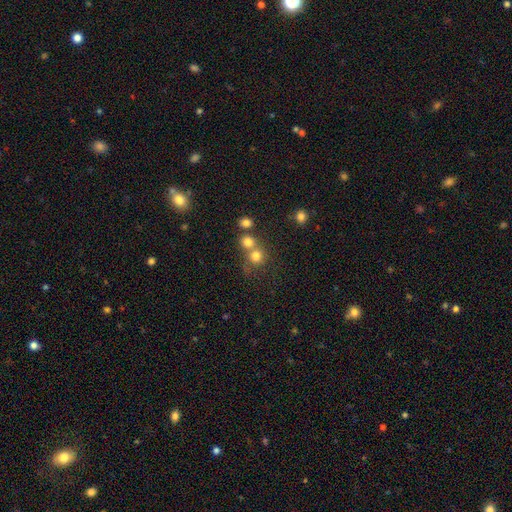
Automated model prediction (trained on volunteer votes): Smooth or featured? Predicted: smooth (p=0.76). How rounded? Predicted: round (p=0.87). Merging? Predicted: none (p=0.47).